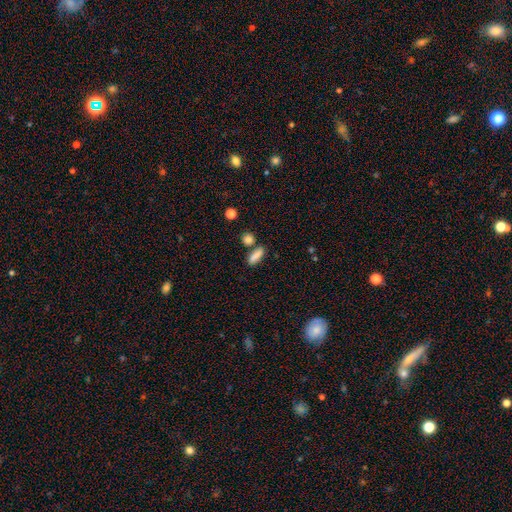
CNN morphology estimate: Overall: smooth (84%). How rounded: in between (49%; cigar-shaped 43%). Merging: none (69%).